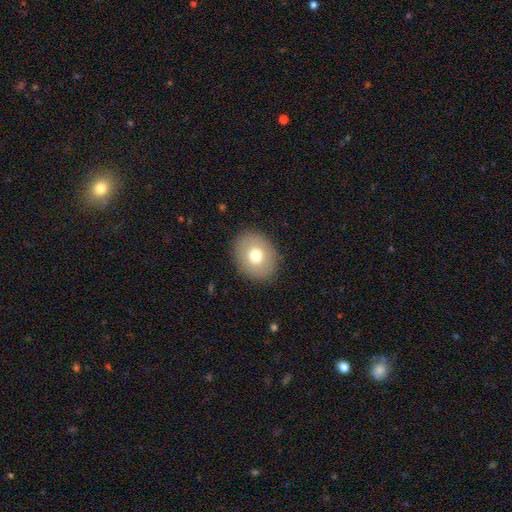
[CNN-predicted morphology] smooth_or_featured: smooth (p=0.71) [alt: featured or disk p=0.19]
how_rounded: round (p=0.57) [alt: in between p=0.43]
merging: none (p=0.88) [alt: minor disturbance p=0.08]